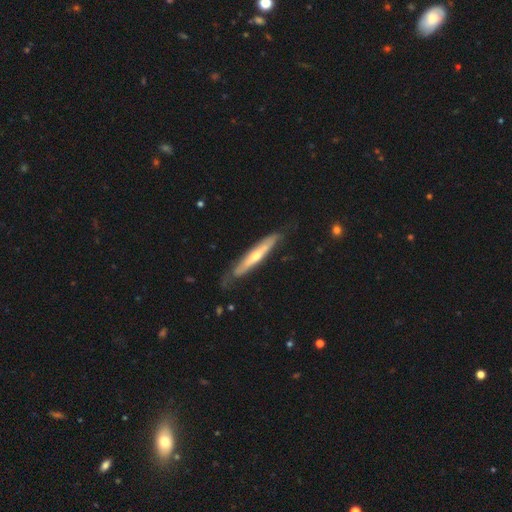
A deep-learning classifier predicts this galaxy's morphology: smooth-or-featured: featured or disk: 65% | smooth: 30% | star or artifact: 5%
  disk-edge-on: yes: 80% | no: 20%
    edge-on-bulge: rounded: 75% | none: 21% | boxy: 4%
  merging: none: 75% | minor disturbance: 20% | major disturbance: 4% | merger: 1%